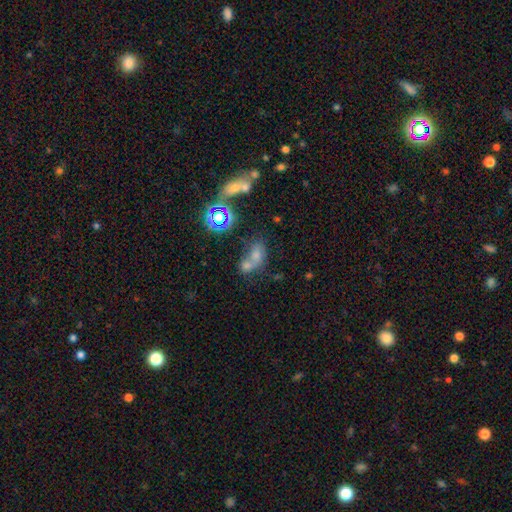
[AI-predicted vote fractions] Morphology: type=smooth (46%); merging=merger (56%).